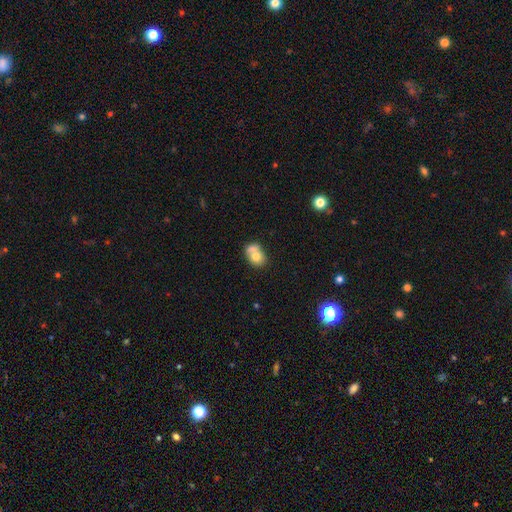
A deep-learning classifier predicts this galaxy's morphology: The model was most divided on "how rounded": round: 52%, in between: 47%, cigar-shaped: 1%. More confident: smooth or featured — smooth (71%); merging — merger (52%).